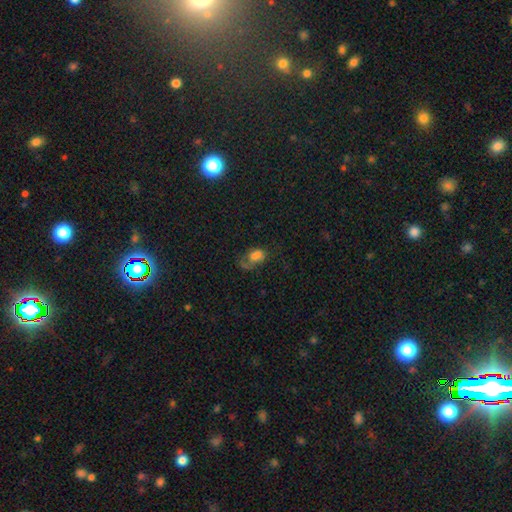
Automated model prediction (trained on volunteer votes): This appears to be a smooth galaxy with no disk features (61%) that is in between round and cigar-shaped (78%). Merging: major disturbance (37%).